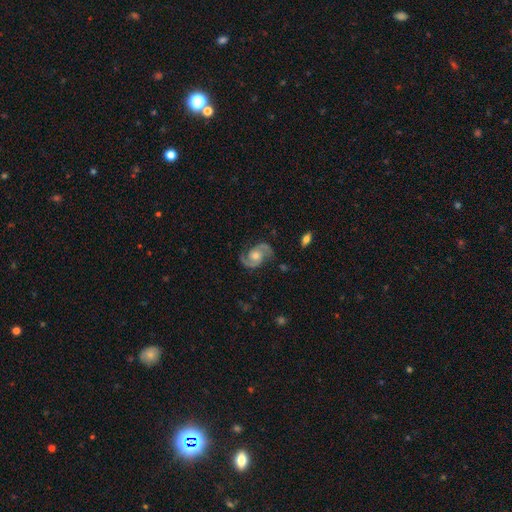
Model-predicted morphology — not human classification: smooth-or-featured: featured or disk: 91% | smooth: 5% | star or artifact: 5%
  disk-edge-on: no: 98% | yes: 2%
    bar: no: 68% | weak: 27% | strong: 6%
    has-spiral-arms: yes: 98% | no: 2%
      spiral-winding: medium: 58% | tight: 22% | loose: 20%
      spiral-arm-count: 2: 94% | can't tell: 2% | 1: 1% | 3: 1% | 4: 1% | more than 4: 1%
    bulge-size: moderate: 66% | small: 22% | large: 8% | none: 3% | dominant: 1%
  merging: none: 79% | minor disturbance: 14% | major disturbance: 5% | merger: 2%